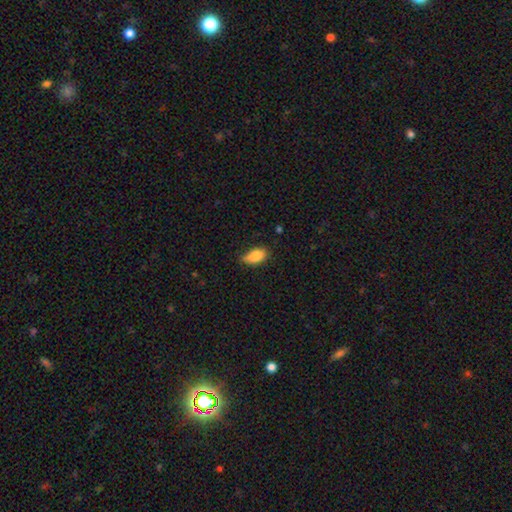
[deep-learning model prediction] The model was most divided on "merging": none: 63%, minor disturbance: 31%, major disturbance: 5%, merger: 2%. More confident: how rounded — in between (90%); smooth or featured — smooth (84%).